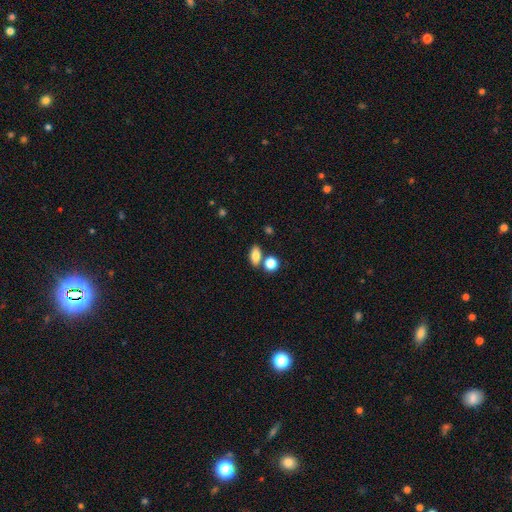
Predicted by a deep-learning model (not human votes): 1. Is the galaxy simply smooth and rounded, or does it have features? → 81% smooth, 10% featured or disk, 9% star or artifact.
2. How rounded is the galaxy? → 83% in between, 12% round, 5% cigar-shaped.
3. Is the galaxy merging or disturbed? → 67% none, 19% merger, 11% minor disturbance, 3% major disturbance.